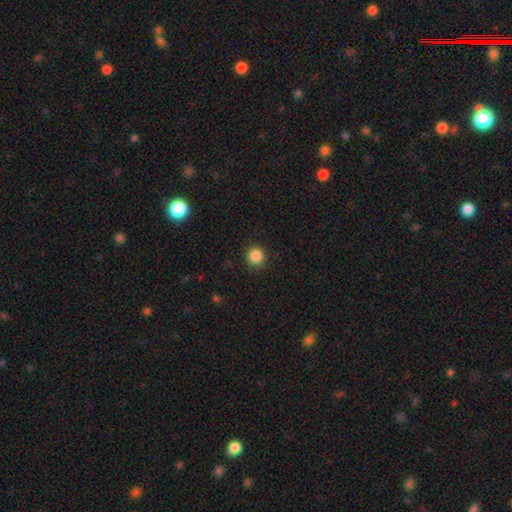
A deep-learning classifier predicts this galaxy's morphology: A smooth galaxy with no disk features (87%) that is round (95%). Merging: none (89%).